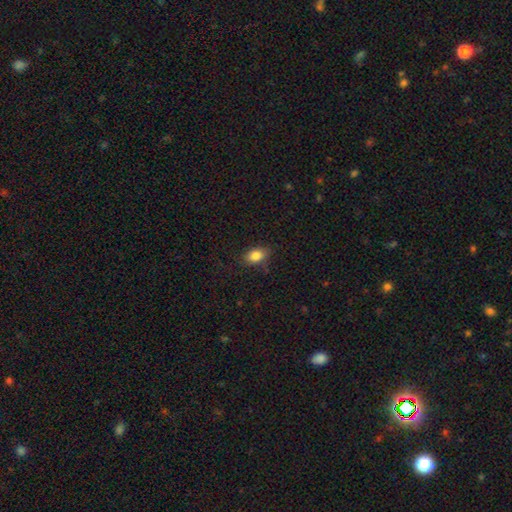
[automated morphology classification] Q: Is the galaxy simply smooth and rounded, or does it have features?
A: smooth — 84%.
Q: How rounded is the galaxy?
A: in between — 85%.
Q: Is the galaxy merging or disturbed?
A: none — 81%.